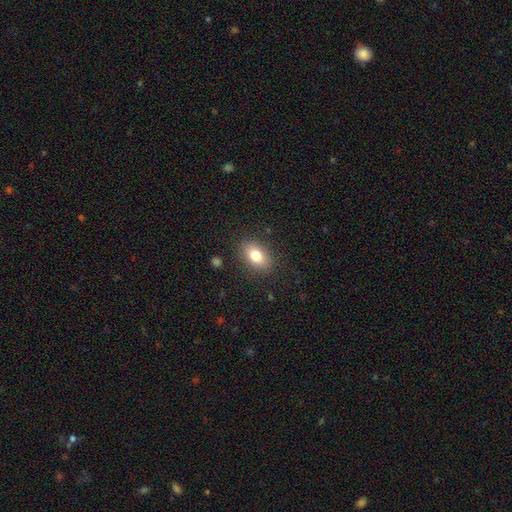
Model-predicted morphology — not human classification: Smooth or featured? smooth (79%)
How rounded? in between (84%)
Merging? none (86%)